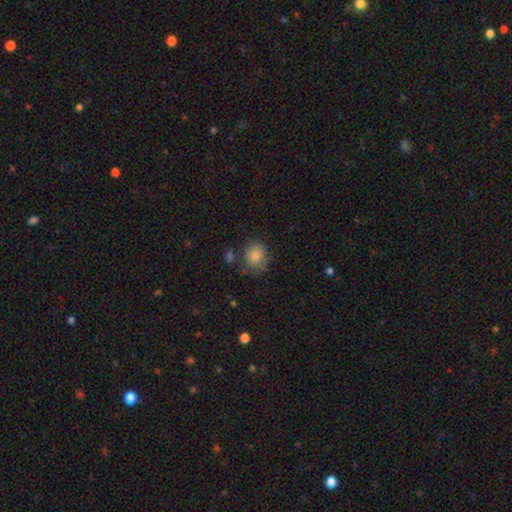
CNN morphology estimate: This appears to be a smooth galaxy with no disk features (79%) that is round (73%). Merging: none (73%).